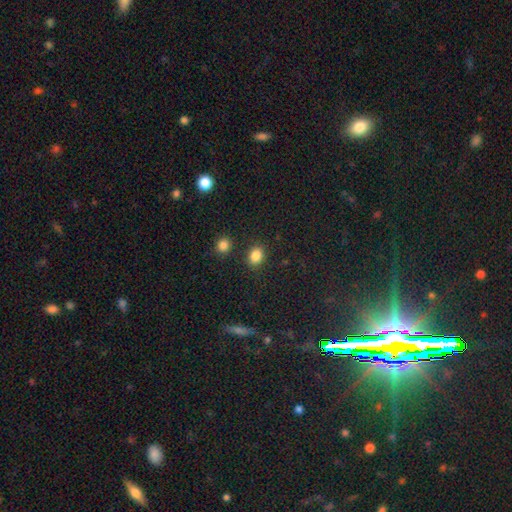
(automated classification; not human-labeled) A smooth galaxy with no disk features (85%) that is in between round and cigar-shaped (56%). Merging: none (84%).